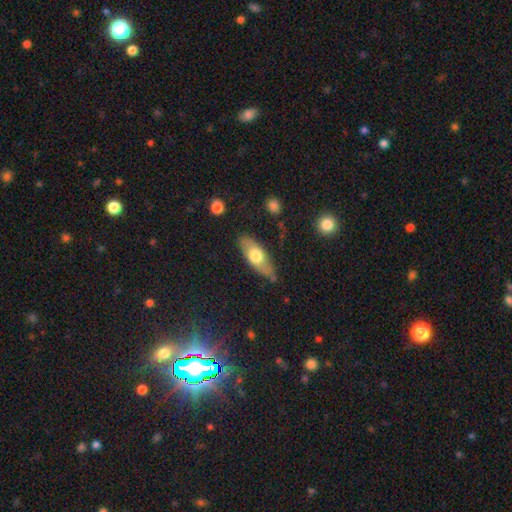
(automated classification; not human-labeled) The model was most divided on "smooth or featured": smooth: 57%, featured or disk: 37%, star or artifact: 6%. More confident: merging — none (75%); how rounded — in between (68%).